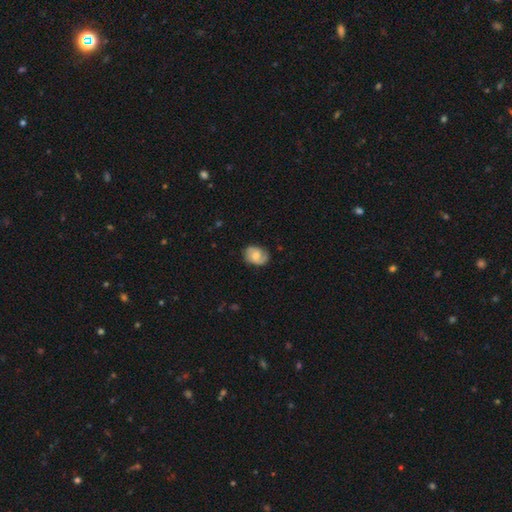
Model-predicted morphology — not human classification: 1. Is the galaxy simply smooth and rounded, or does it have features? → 48% featured or disk, 44% smooth, 8% star or artifact.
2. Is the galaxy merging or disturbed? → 76% none, 18% minor disturbance, 5% major disturbance, 1% merger.